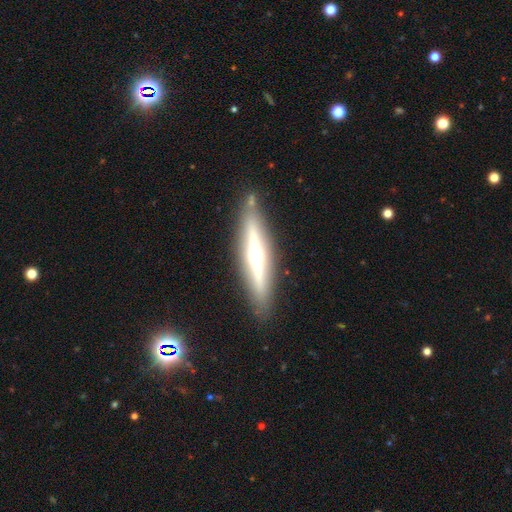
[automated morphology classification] Smooth or featured: featured or disk — 75% (smooth — 19%)
Edge-on disk: yes — 95% (no — 5%)
Edge-on bulge: rounded — 92% (boxy — 4%)
Merging: none — 85% (minor disturbance — 10%)